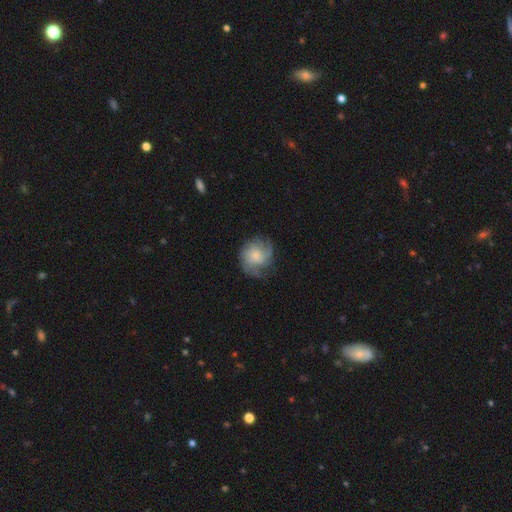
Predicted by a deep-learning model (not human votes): Overall: featured or disk (68%). Edge-on disk: no (98%). Bar: no (80%). Spiral arms: yes (91%). Spiral arm count: can't tell (34%; 3 22%). Spiral winding: tight (46%; medium 37%). Bulge size: small (64%; moderate 26%). Merging: none (66%).